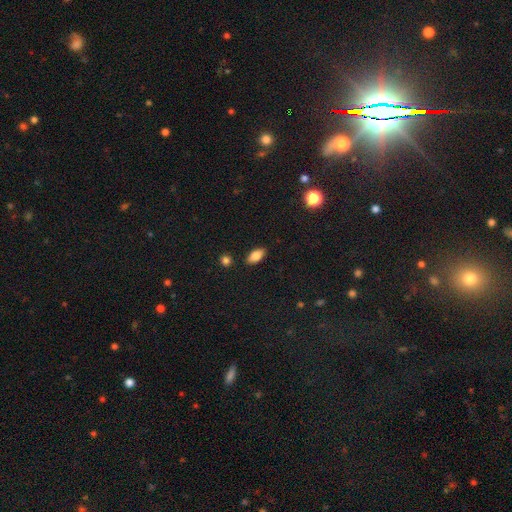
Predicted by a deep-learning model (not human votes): Q: Smooth or featured?
A: smooth (80%); runner-up: featured or disk (12%)
Q: How rounded?
A: in between (88%); runner-up: cigar-shaped (8%)
Q: Merging?
A: none (87%); runner-up: minor disturbance (9%)